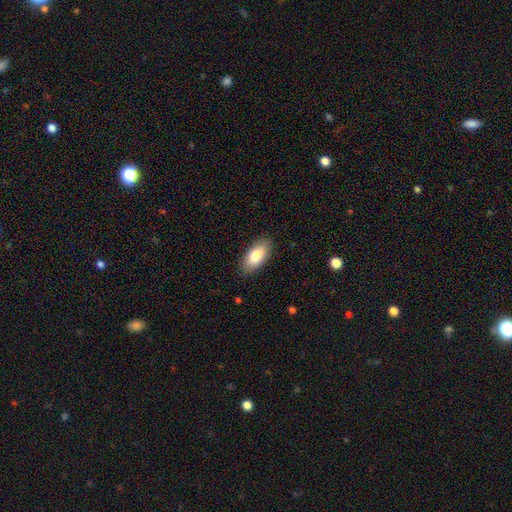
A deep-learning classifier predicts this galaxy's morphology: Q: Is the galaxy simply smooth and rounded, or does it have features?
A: smooth — 84%.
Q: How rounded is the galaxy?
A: in between — 89%.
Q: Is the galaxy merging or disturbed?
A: none — 87%.